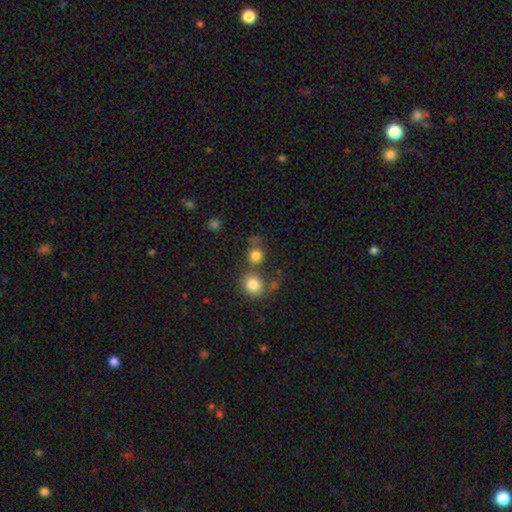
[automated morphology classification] Overall: smooth (81%). How rounded: round (85%). Merging: none (57%; merger 28%).